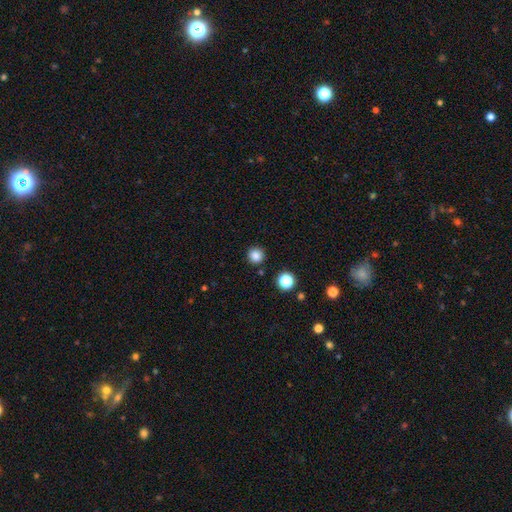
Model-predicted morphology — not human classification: This is clearly a smooth galaxy (84%). How rounded: clearly round (95%). Merging: clearly none (90%).